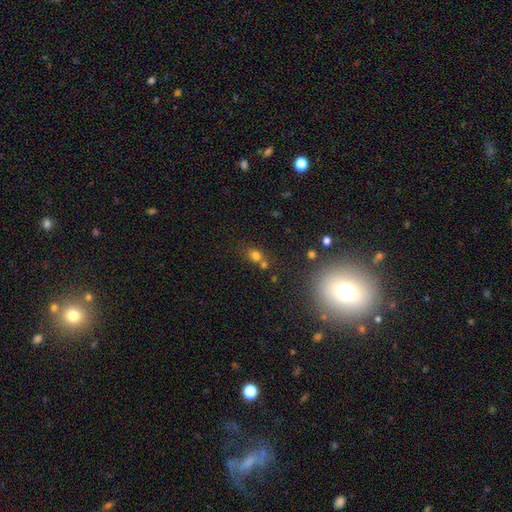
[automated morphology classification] smooth_or_featured: smooth (p=0.73) [alt: star or artifact p=0.17]
how_rounded: round (p=0.52) [alt: in between p=0.46]
merging: none (p=0.52) [alt: merger p=0.30]